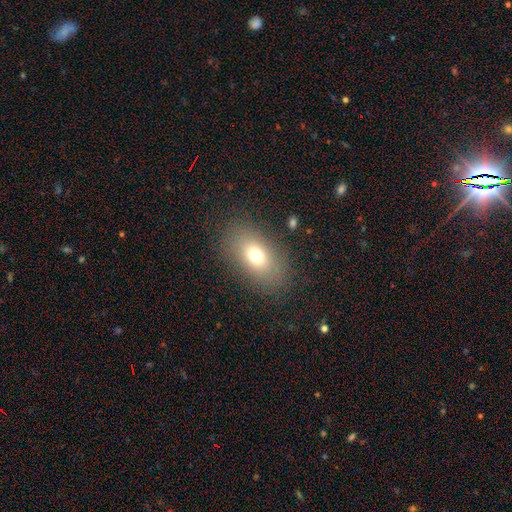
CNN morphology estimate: This is likely a smooth galaxy (71%). How rounded: clearly in between (84%). Merging: clearly none (83%).